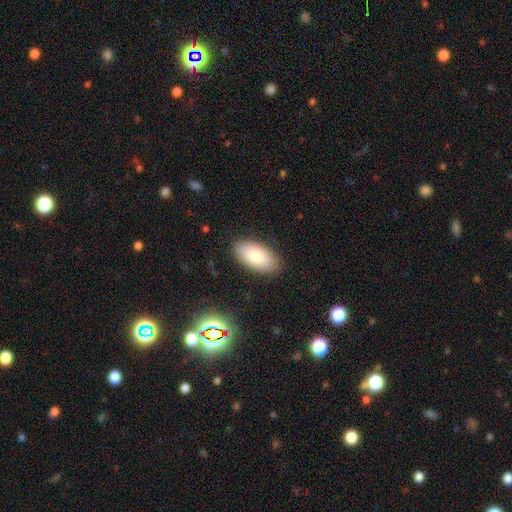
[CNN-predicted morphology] Q: Smooth or featured?
A: smooth (80%); runner-up: featured or disk (13%)
Q: How rounded?
A: in between (94%); runner-up: cigar-shaped (3%)
Q: Merging?
A: none (87%); runner-up: minor disturbance (10%)